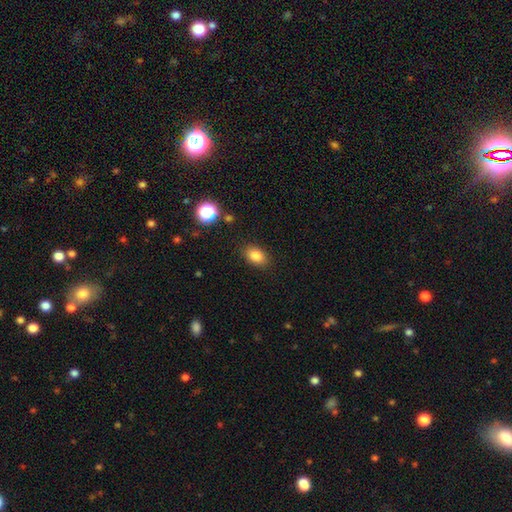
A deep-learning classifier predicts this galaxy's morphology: The model was most divided on "how rounded": in between: 80%, round: 19%, cigar-shaped: 1%. More confident: merging — none (86%); smooth or featured — smooth (83%).